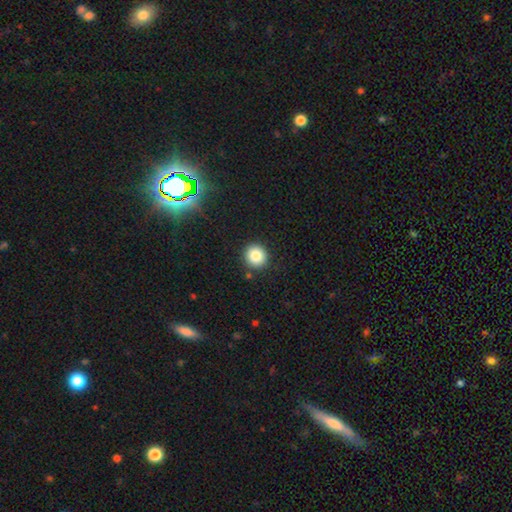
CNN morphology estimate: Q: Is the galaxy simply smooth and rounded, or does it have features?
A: smooth — 85%.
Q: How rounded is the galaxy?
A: round — 91%.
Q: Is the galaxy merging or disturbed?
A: none — 89%.